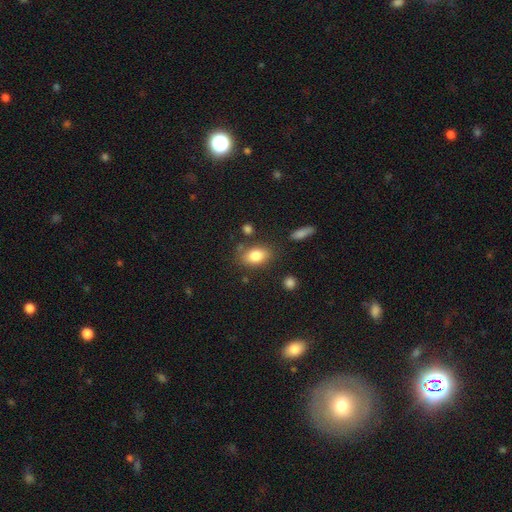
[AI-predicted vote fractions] Smooth or featured? smooth (82%)
How rounded? in between (82%)
Merging? none (75%)